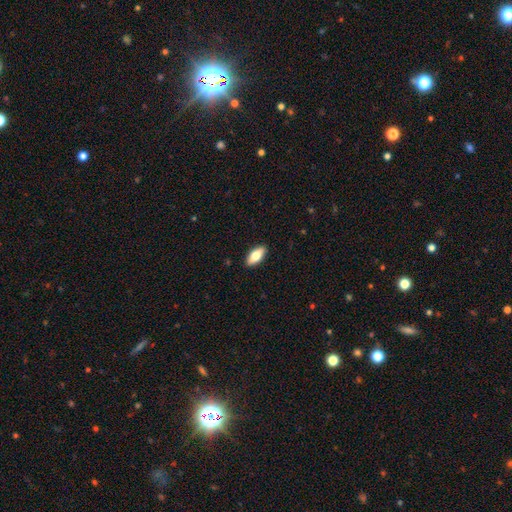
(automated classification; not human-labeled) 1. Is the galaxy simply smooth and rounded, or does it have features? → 73% smooth, 21% featured or disk, 6% star or artifact.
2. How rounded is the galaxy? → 84% in between, 14% cigar-shaped, 3% round.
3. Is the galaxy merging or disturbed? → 90% none, 7% minor disturbance, 2% major disturbance, 1% merger.